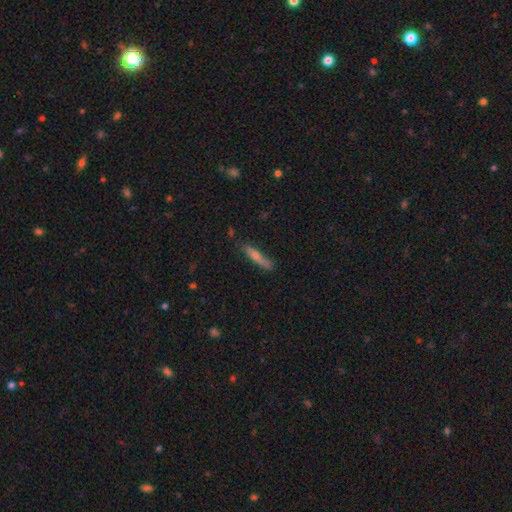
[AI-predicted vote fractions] This is possibly a smooth galaxy (54%). How rounded: clearly cigar-shaped (89%). Merging: likely none (78%).